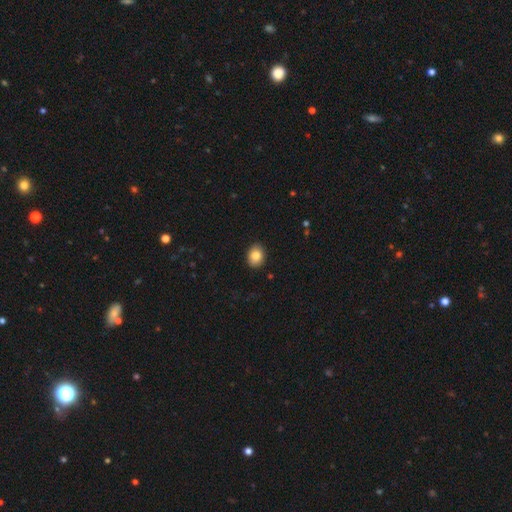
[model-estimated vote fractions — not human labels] Smooth or featured? Predicted: smooth (p=0.85). How rounded? Predicted: in between (p=0.57). Merging? Predicted: none (p=0.90).